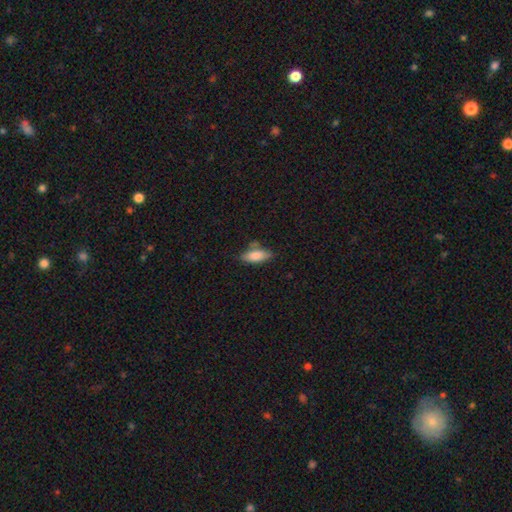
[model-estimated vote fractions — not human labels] The model was most divided on "merging": none: 66%, minor disturbance: 20%, merger: 10%, major disturbance: 5%. More confident: smooth or featured — smooth (81%); how rounded — in between (76%).